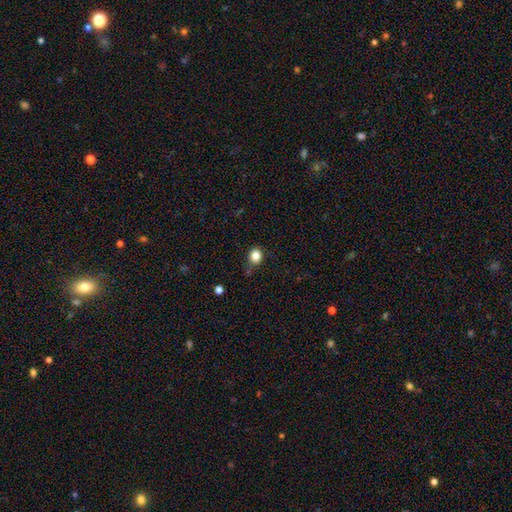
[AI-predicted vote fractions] This appears to be a smooth galaxy with no disk features (84%) that is round (62%). Merging: none (74%).